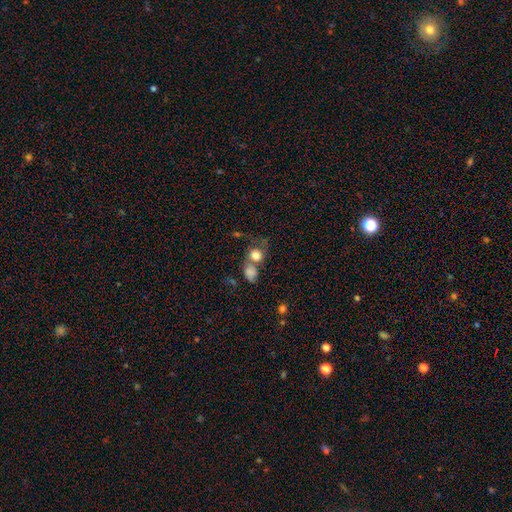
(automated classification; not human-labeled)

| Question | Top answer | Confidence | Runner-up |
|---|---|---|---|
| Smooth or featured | smooth | 74% | featured or disk (15%) |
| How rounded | round | 68% | in between (31%) |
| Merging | merger | 48% | none (28%) |